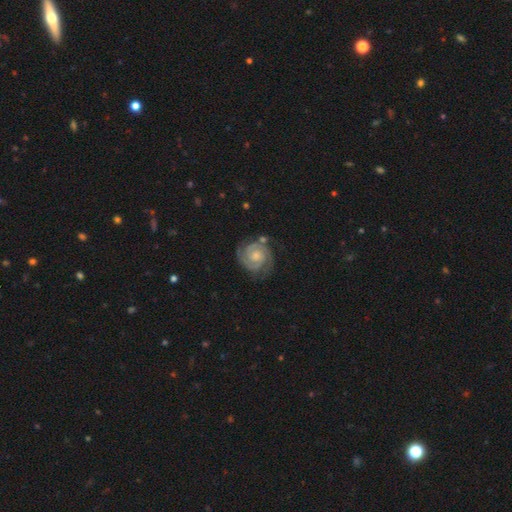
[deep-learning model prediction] Q: Smooth or featured?
A: featured or disk (89%); runner-up: smooth (6%)
Q: Edge-on disk?
A: no (98%); runner-up: yes (2%)
Q: Bar?
A: no (69%); runner-up: weak (25%)
Q: Spiral arms?
A: yes (98%); runner-up: no (2%)
Q: Spiral winding?
A: tight (75%); runner-up: medium (22%)
Q: Spiral arm count?
A: 2 (83%); runner-up: 3 (8%)
Q: Bulge size?
A: small (46%); runner-up: moderate (41%)
Q: Merging?
A: none (76%); runner-up: minor disturbance (15%)